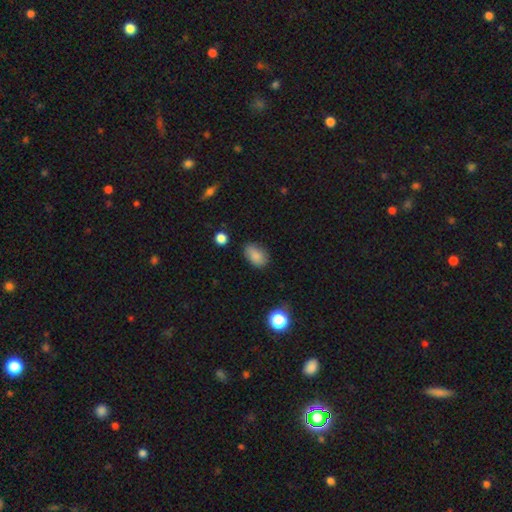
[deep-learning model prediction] Smooth or featured? Predicted: smooth (p=0.82). How rounded? Predicted: in between (p=0.86). Merging? Predicted: none (p=0.69).